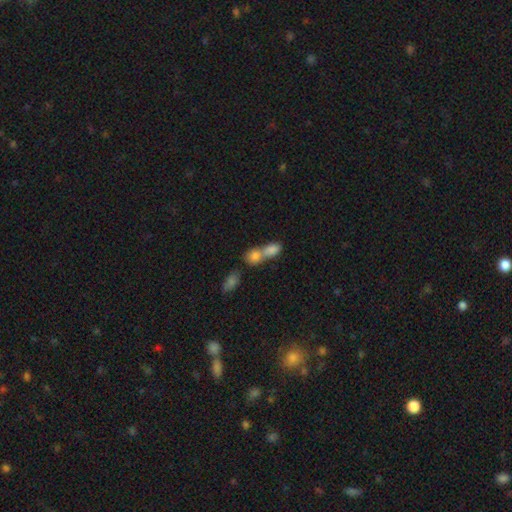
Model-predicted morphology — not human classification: This is clearly a smooth galaxy (81%). How rounded: likely in between (66%). Merging: likely merger (71%).